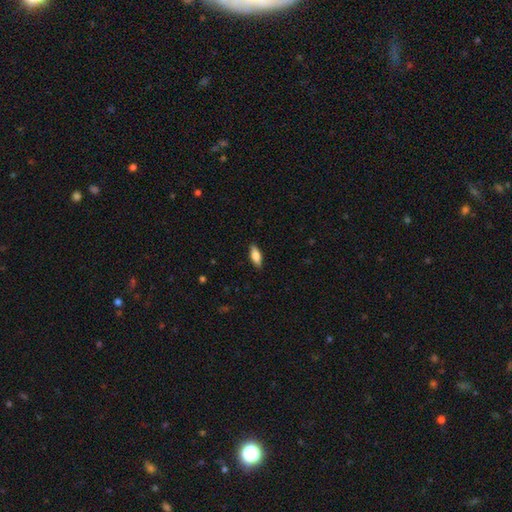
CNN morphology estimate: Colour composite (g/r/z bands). It shows a smooth galaxy with no disk features (77%) that is in between round and cigar-shaped (74%). Merging: none (87%).